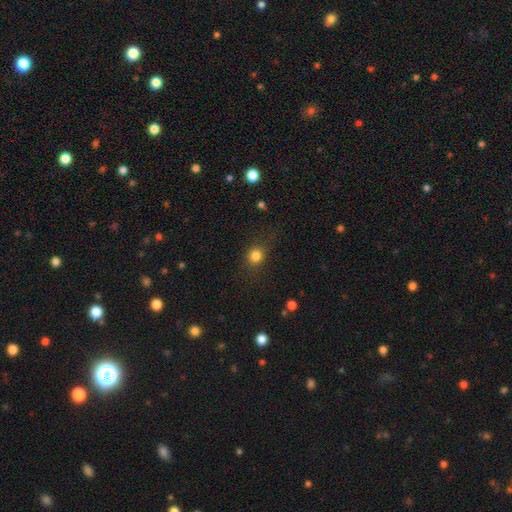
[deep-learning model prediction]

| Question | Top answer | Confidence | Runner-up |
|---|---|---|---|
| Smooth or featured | smooth | 81% | star or artifact (12%) |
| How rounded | round | 79% | in between (20%) |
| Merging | none | 78% | minor disturbance (13%) |